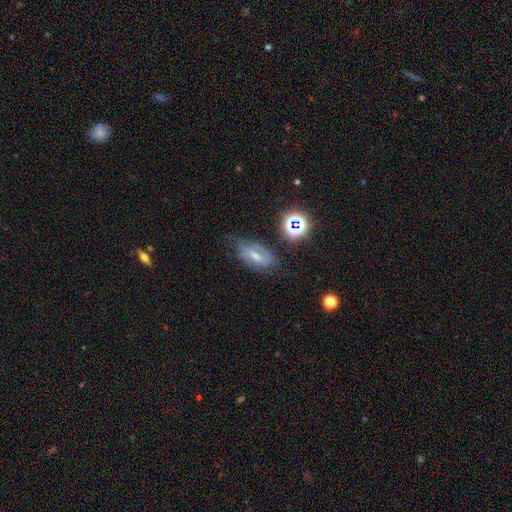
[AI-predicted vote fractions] featured or disk 55%, smooth 27%, star or artifact 17%. Down the decision tree: edge-on disk — no (91%); bar — weak (44%); spiral arms — yes (75%); bulge size — moderate (46%); merging — none (60%).